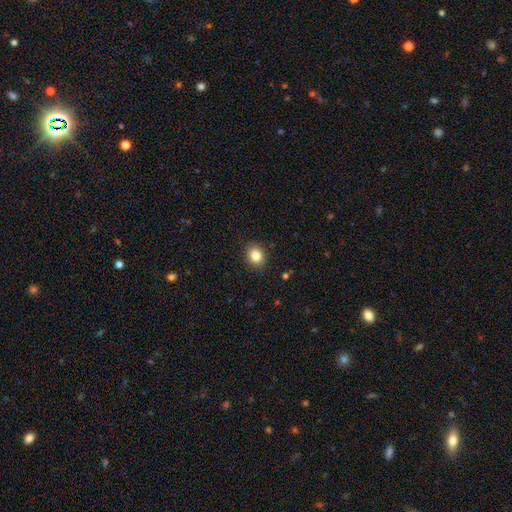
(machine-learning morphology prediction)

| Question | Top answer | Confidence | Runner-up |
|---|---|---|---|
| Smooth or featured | smooth | 83% | star or artifact (10%) |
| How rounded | round | 58% | in between (41%) |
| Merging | none | 90% | minor disturbance (8%) |